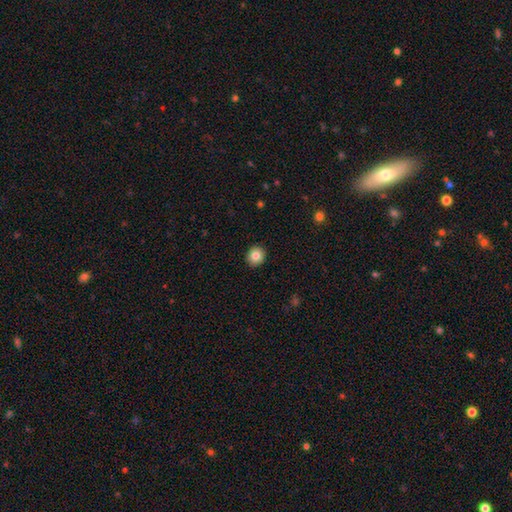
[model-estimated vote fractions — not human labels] Smooth or featured: smooth — 82% (star or artifact — 10%)
How rounded: round — 84% (in between — 15%)
Merging: none — 92% (minor disturbance — 6%)